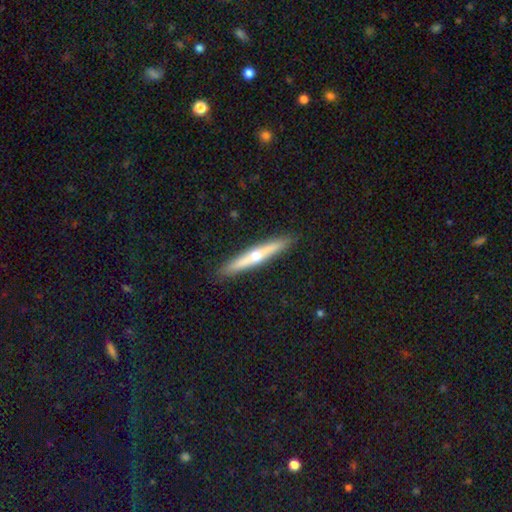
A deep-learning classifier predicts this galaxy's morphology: The model was most divided on "smooth or featured": featured or disk: 58%, smooth: 36%, star or artifact: 5%. More confident: edge-on disk — yes (95%); merging — none (91%); edge-on bulge — rounded (85%).